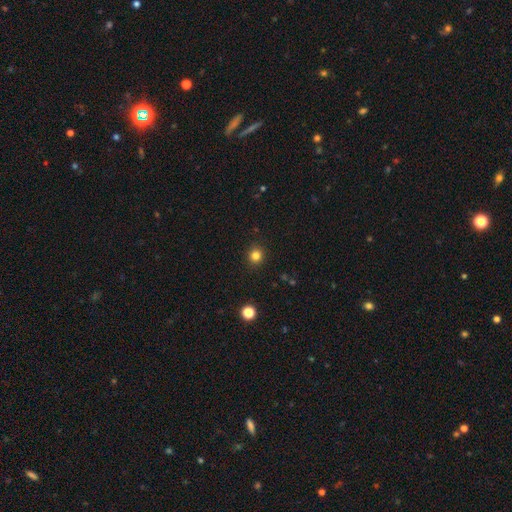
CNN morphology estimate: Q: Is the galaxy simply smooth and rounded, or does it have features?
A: smooth — 82%.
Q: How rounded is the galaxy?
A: round — 90%.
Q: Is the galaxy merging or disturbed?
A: none — 91%.